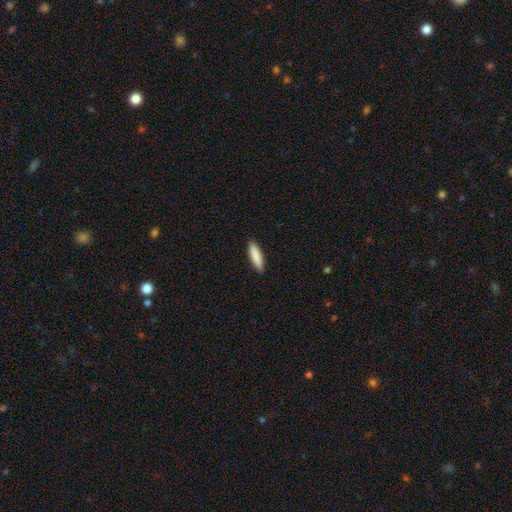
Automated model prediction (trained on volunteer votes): A smooth galaxy with no disk features (88%) that is cigar-shaped (75%).

Vote fractions:
- Smooth or featured? smooth: 88% / featured or disk: 7% / star or artifact: 5%
- How rounded? cigar-shaped: 75% / in between: 24% / round: 1%
- Merging? none: 91% / minor disturbance: 6% / major disturbance: 1% / merger: 1%